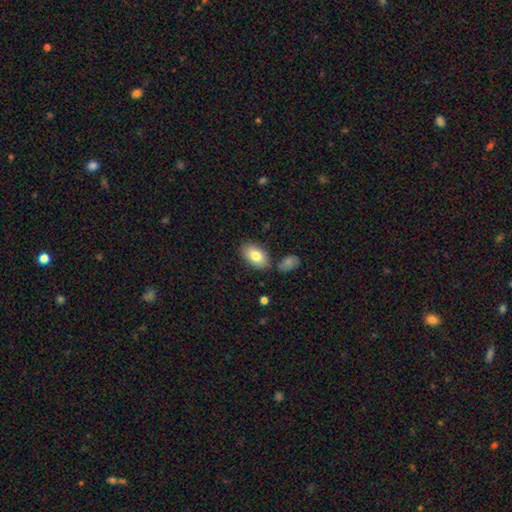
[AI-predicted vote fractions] Smooth or featured? smooth (79%)
How rounded? in between (93%)
Merging? none (77%)